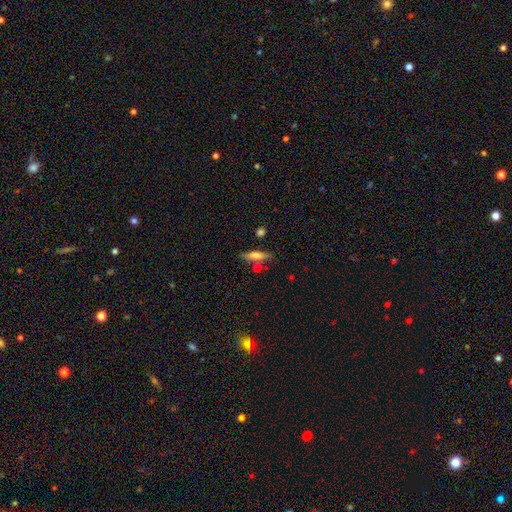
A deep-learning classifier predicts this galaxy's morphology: This appears to be a smooth galaxy with no disk features (69%) that is cigar-shaped (69%). Merging: none (71%).